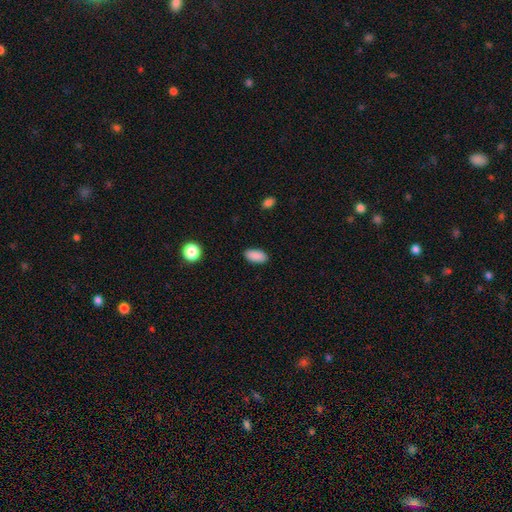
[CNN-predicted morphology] Smooth or featured? smooth (90%)
How rounded? in between (92%)
Merging? none (88%)